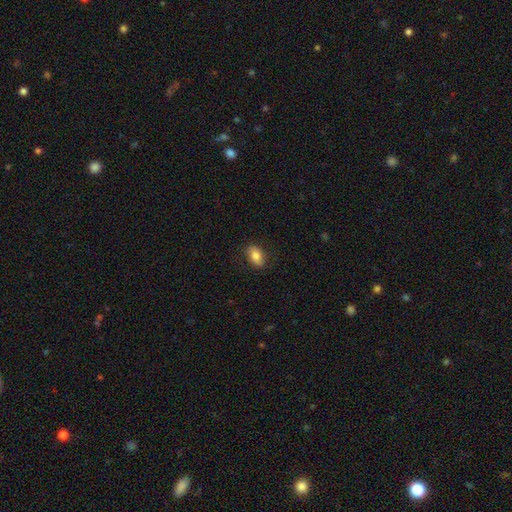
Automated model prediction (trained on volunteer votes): Morphology: type=smooth (82%); roundness=in between (87%); merging=none (83%).